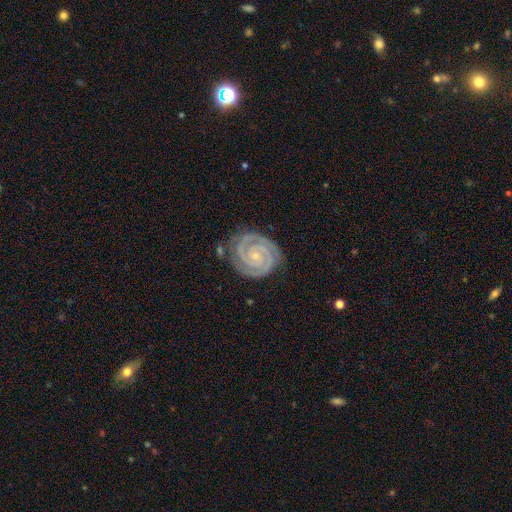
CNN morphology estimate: A featured or disk galaxy (91%) with no bar (67%), 2 (80%) tight (85%) spiral arms (99%) and a small central bulge (77%).

Vote fractions:
- Smooth or featured? featured or disk: 91% / star or artifact: 5% / smooth: 4%
- Edge-on disk? no: 98% / yes: 2%
- Bar? no: 67% / weak: 23% / strong: 10%
- Spiral arms? yes: 99% / no: 1%
- Spiral winding? tight: 85% / medium: 13% / loose: 2%
- Spiral arm count? 2: 80% / 3: 11% / can't tell: 3% / 4: 2% / 1: 2% / more than 4: 2%
- Bulge size? small: 77% / moderate: 17% / none: 4% / large: 1% / dominant: 1%
- Merging? none: 82% / minor disturbance: 13% / major disturbance: 3% / merger: 2%